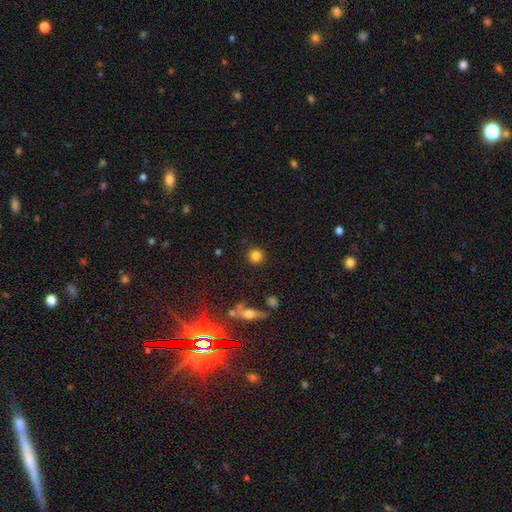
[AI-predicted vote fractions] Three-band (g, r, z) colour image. It shows a smooth galaxy with no disk features (82%) that is round (94%). Merging: none (90%).